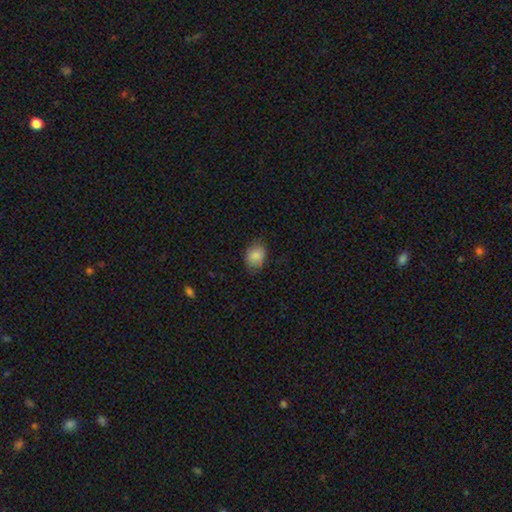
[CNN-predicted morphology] The model was most divided on "how rounded": in between: 62%, round: 37%, cigar-shaped: 1%. More confident: smooth or featured — smooth (85%); merging — none (75%).